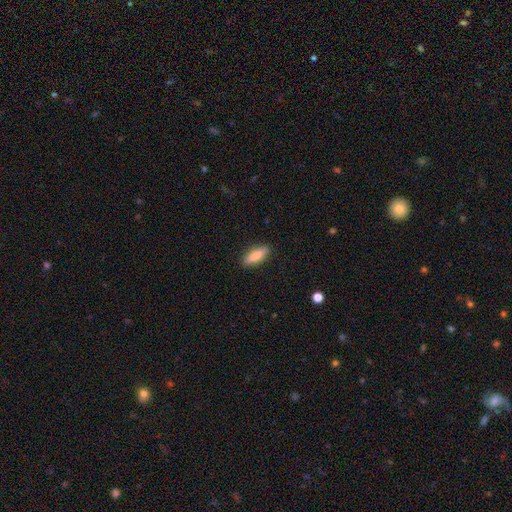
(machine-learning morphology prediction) Smooth or featured? Predicted: smooth (p=0.76). How rounded? Predicted: in between (p=0.59). Merging? Predicted: none (p=0.88).